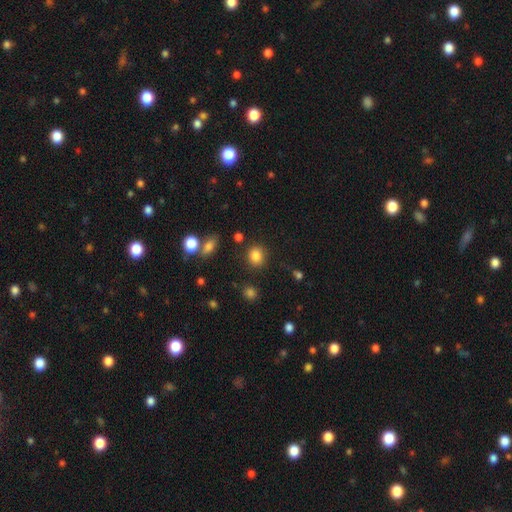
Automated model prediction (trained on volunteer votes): smooth 84%, star or artifact 11%, featured or disk 5%. Down the decision tree: how rounded — round (76%); merging — none (85%).